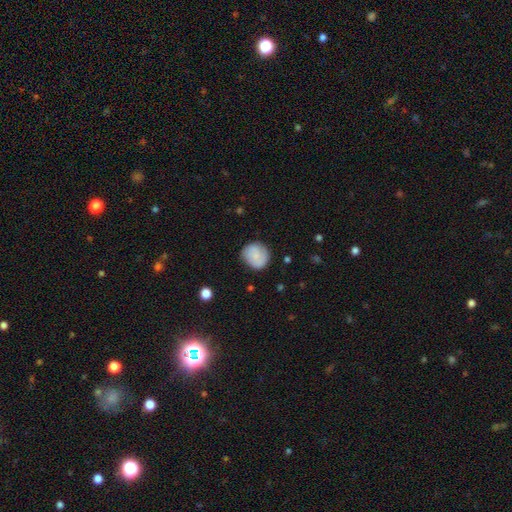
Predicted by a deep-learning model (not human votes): Smooth or featured? smooth (66%)
How rounded? round (83%)
Merging? none (78%)